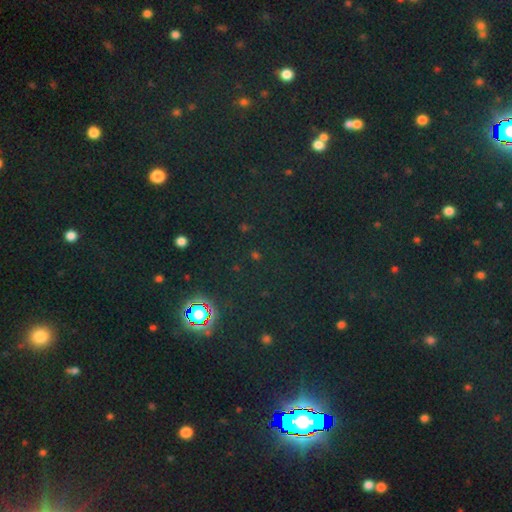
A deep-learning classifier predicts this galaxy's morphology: smooth-or-featured: star or artifact: 78% | smooth: 14% | featured or disk: 8%